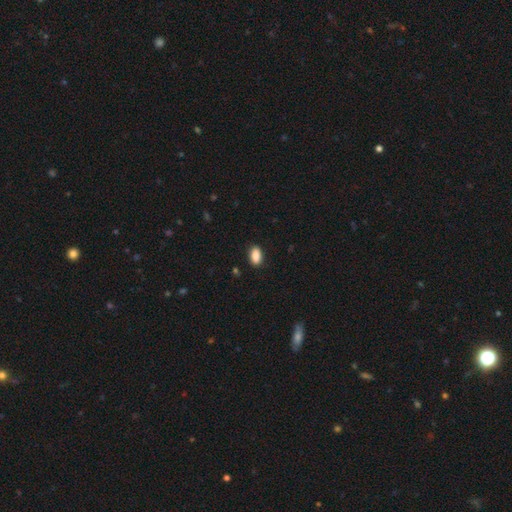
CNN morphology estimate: This appears to be a smooth galaxy with no disk features (90%) that is in between round and cigar-shaped (91%). Merging: none (88%).